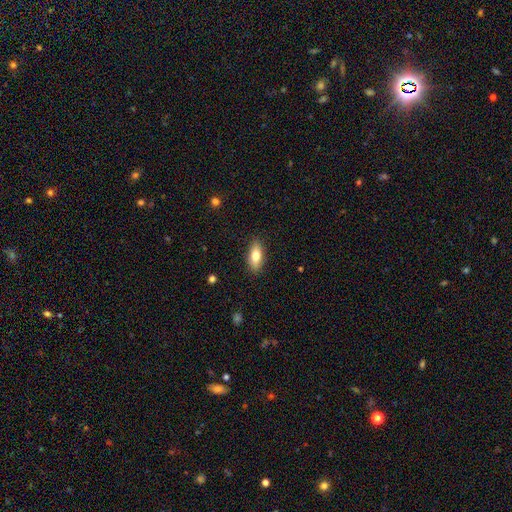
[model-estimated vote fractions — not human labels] A smooth galaxy with no disk features (74%) that is in between round and cigar-shaped (78%).

Vote fractions:
- Smooth or featured? smooth: 74% / featured or disk: 20% / star or artifact: 7%
- How rounded? in between: 78% / cigar-shaped: 18% / round: 3%
- Merging? none: 87% / minor disturbance: 9% / major disturbance: 2% / merger: 1%